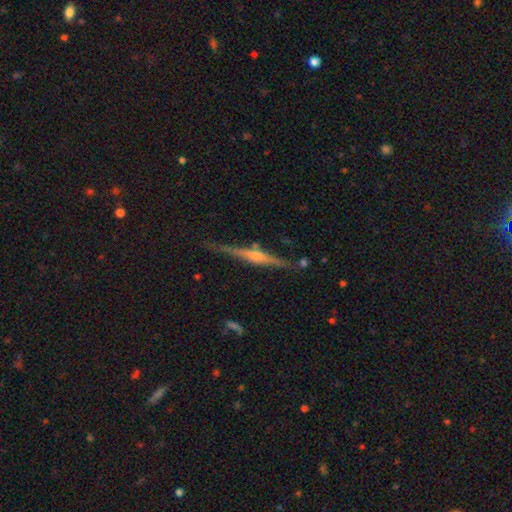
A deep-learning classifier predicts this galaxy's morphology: featured or disk 80%, smooth 14%, star or artifact 7%. Down the decision tree: edge-on disk — yes (98%); edge-on bulge — rounded (79%); merging — none (82%).